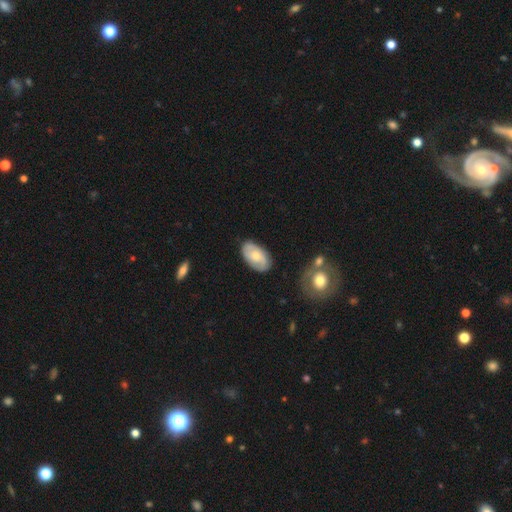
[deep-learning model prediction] smooth_or_featured: smooth (p=0.50) [alt: featured or disk p=0.44]
how_rounded: in between (p=0.93) [alt: round p=0.05]
merging: none (p=0.80) [alt: minor disturbance p=0.15]